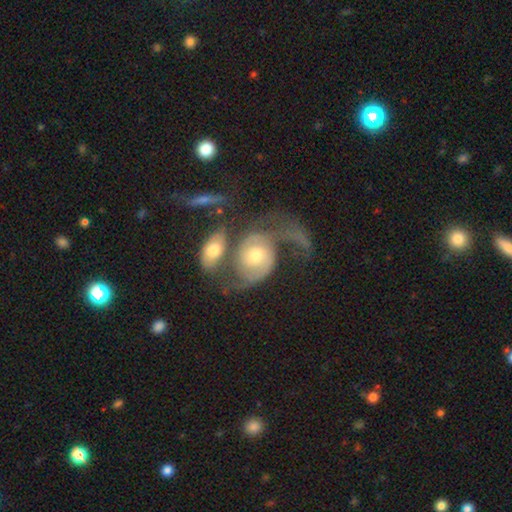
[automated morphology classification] Overall: featured or disk (81%). Edge-on disk: no (97%). Bar: no (67%; weak 27%). Spiral arms: yes (93%). Spiral arm count: 2 (79%). Spiral winding: loose (47%; medium 37%). Bulge size: moderate (60%; small 31%). Merging: merger (43%; major disturbance 24%).